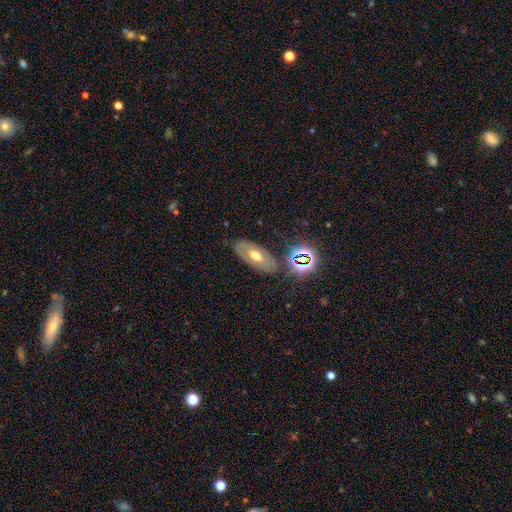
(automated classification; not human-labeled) A featured or disk galaxy (49%). Merging: none (76%).